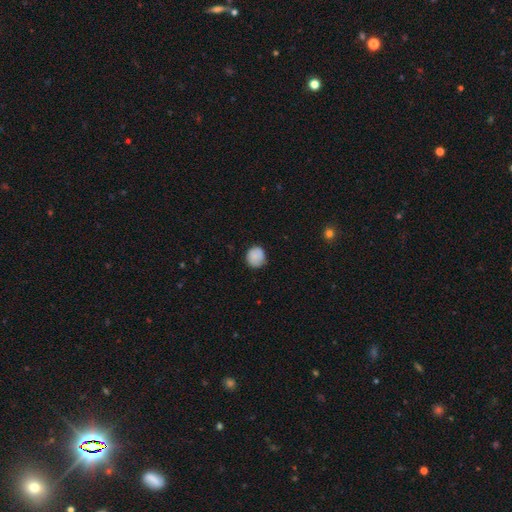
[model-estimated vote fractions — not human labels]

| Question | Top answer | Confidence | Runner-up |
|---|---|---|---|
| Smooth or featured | smooth | 85% | star or artifact (8%) |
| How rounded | round | 88% | in between (11%) |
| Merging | none | 78% | minor disturbance (17%) |